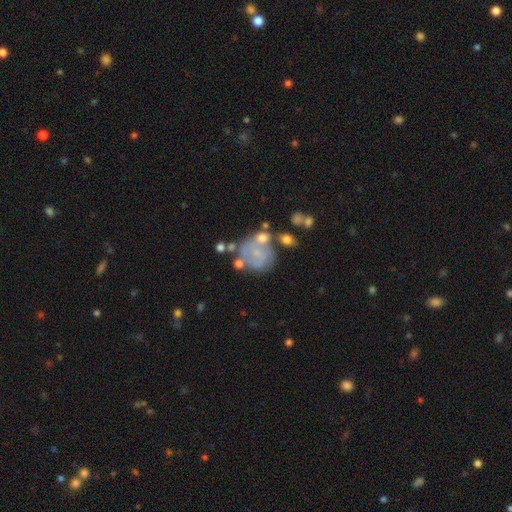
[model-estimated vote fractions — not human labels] The model was most divided on "smooth or featured": featured or disk: 50%, smooth: 39%, star or artifact: 12%. Remaining: merging — none (43%).